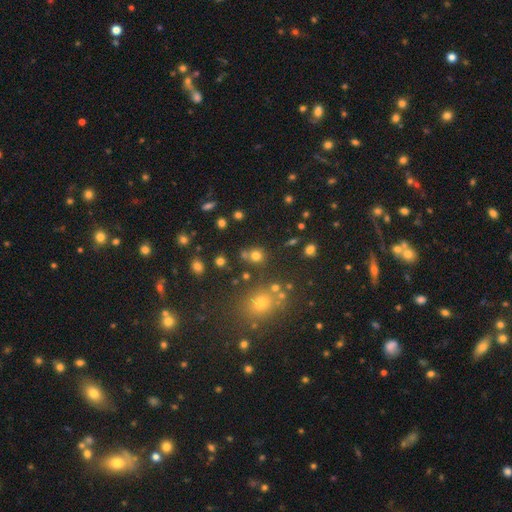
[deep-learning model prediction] smooth-or-featured: smooth: 71% | star or artifact: 20% | featured or disk: 8%
  how-rounded: round: 84% | in between: 15% | cigar-shaped: 1%
  merging: none: 69% | merger: 16% | minor disturbance: 10% | major disturbance: 5%